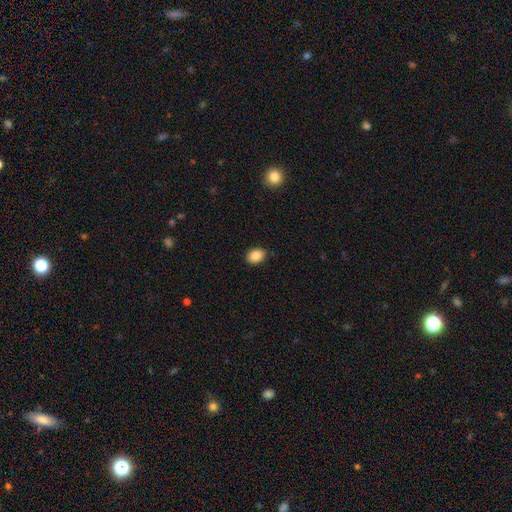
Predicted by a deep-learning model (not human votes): This appears to be a smooth galaxy with no disk features (86%) that is in between round and cigar-shaped (67%). Merging: none (88%).